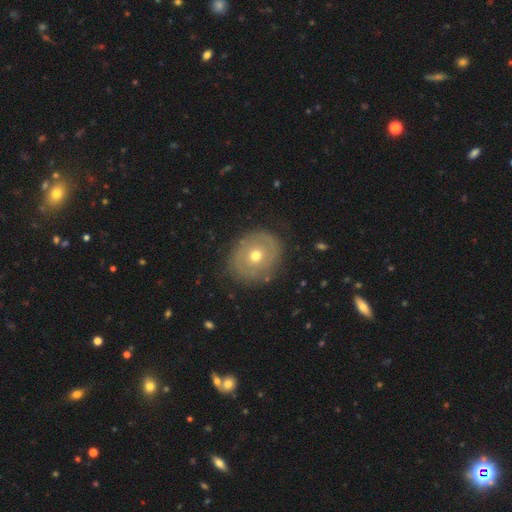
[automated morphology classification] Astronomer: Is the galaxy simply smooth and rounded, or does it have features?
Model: featured or disk — 48% (runner-up: smooth, 43%).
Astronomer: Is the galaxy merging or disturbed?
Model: none — 80%.